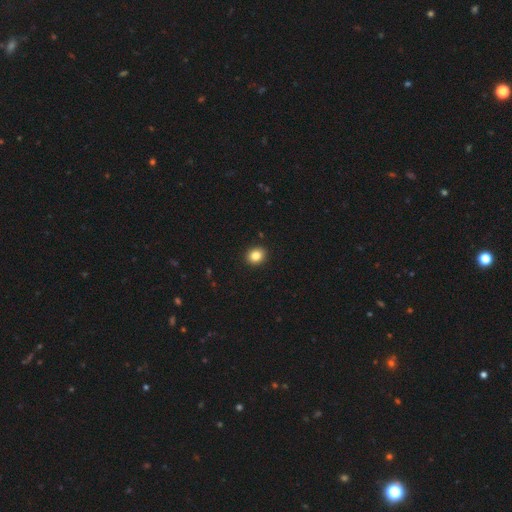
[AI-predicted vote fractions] Smooth or featured? smooth (84%)
How rounded? round (69%)
Merging? none (92%)